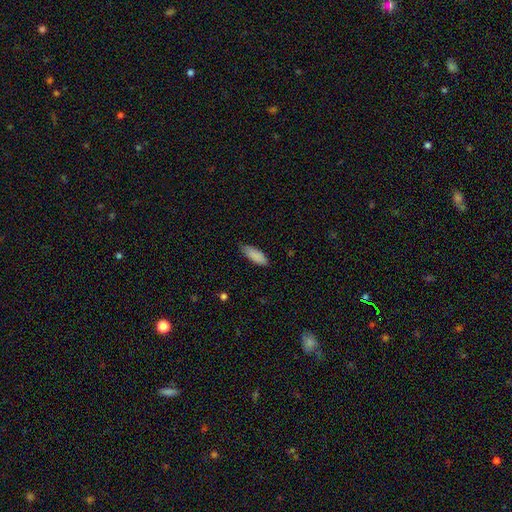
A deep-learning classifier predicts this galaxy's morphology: Smooth or featured: smooth — 88% (star or artifact — 6%)
How rounded: in between — 70% (cigar-shaped — 29%)
Merging: none — 76% (minor disturbance — 21%)